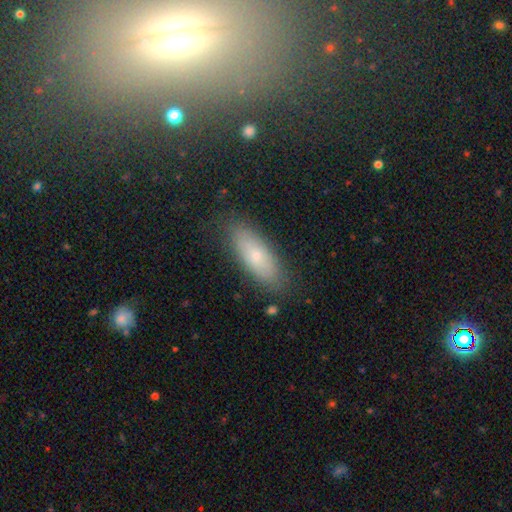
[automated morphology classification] Smooth or featured? Predicted: smooth (p=0.67). How rounded? Predicted: in between (p=0.66). Merging? Predicted: none (p=0.83).